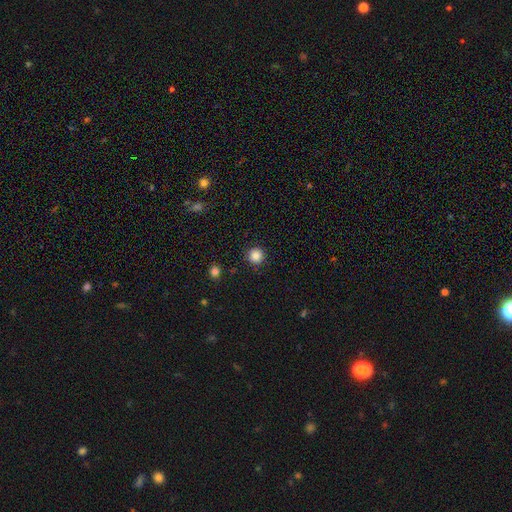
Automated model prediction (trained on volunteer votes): This is clearly a smooth galaxy (86%). How rounded: clearly round (96%). Merging: clearly none (91%).